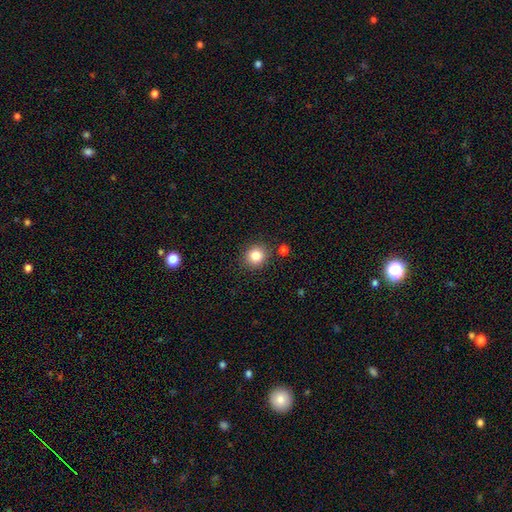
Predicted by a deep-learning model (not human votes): Morphology: type=smooth (84%); roundness=round (85%); merging=none (86%).